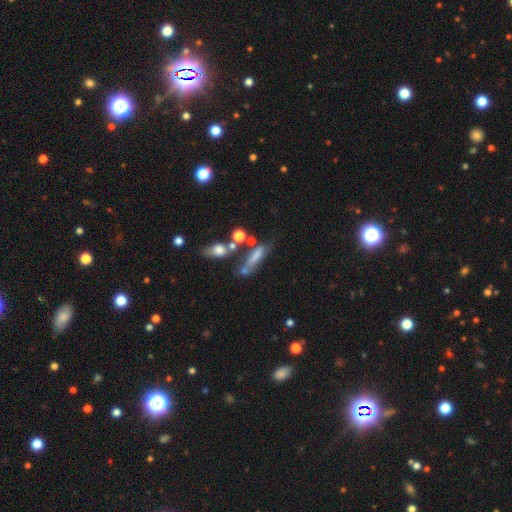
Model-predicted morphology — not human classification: smooth 62%, featured or disk 25%, star or artifact 13%. Down the decision tree: how rounded — cigar-shaped (58%); merging — none (36%).